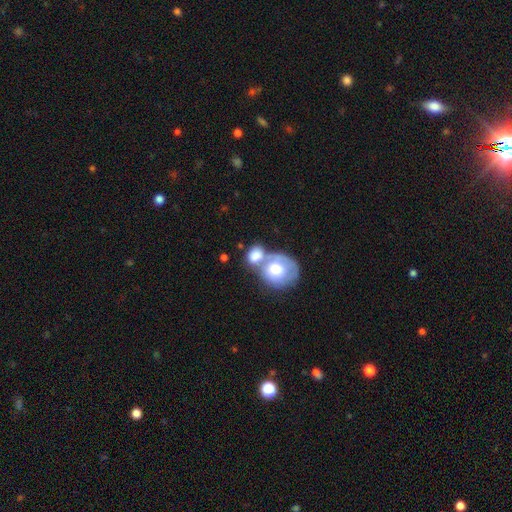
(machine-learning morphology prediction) Q: Smooth or featured?
A: smooth (69%); runner-up: featured or disk (24%)
Q: How rounded?
A: round (59%); runner-up: in between (40%)
Q: Merging?
A: merger (62%); runner-up: none (22%)